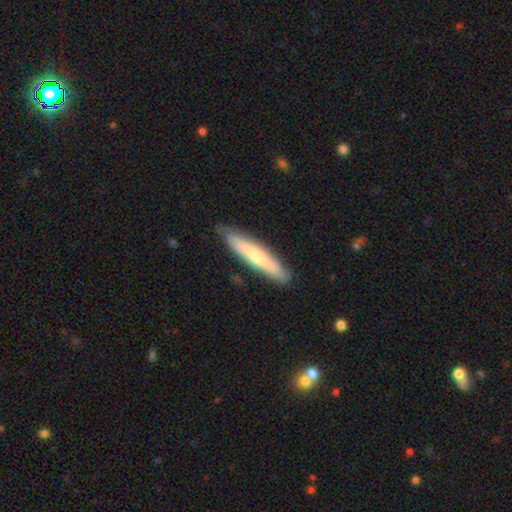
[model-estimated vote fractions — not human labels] Overall: smooth (61%; featured or disk 33%). How rounded: cigar-shaped (88%). Merging: none (82%).